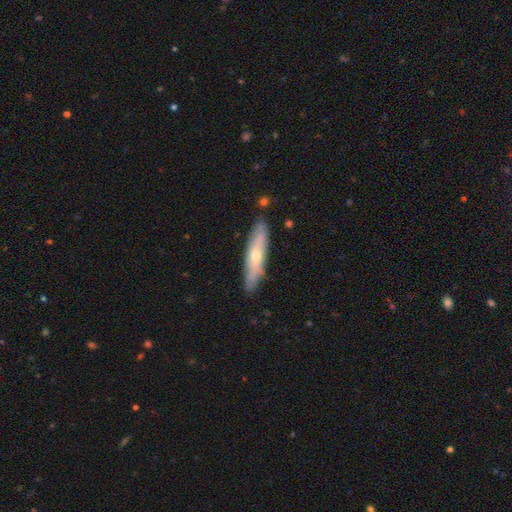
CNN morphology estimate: Smooth or featured?
  - featured or disk: 50% *
  - smooth: 44%
  - star or artifact: 6%
Edge-on disk?
  - yes: 66% *
  - no: 34%
Merging?
  - none: 83% *
  - minor disturbance: 13%
  - major disturbance: 2%
  - merger: 2%